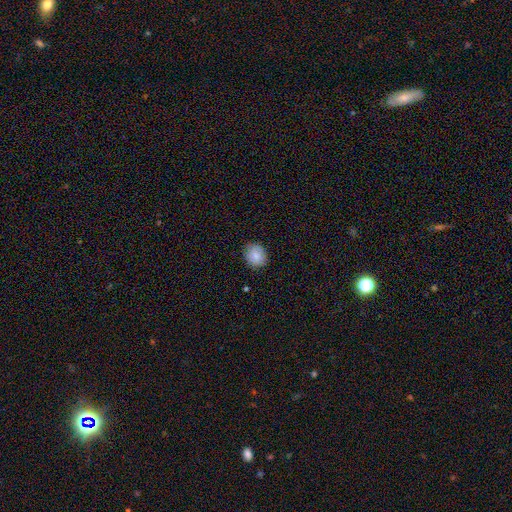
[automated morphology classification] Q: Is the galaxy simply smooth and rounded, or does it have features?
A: smooth — 85%.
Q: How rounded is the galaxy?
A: round — 71%.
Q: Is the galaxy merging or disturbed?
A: none — 85%.